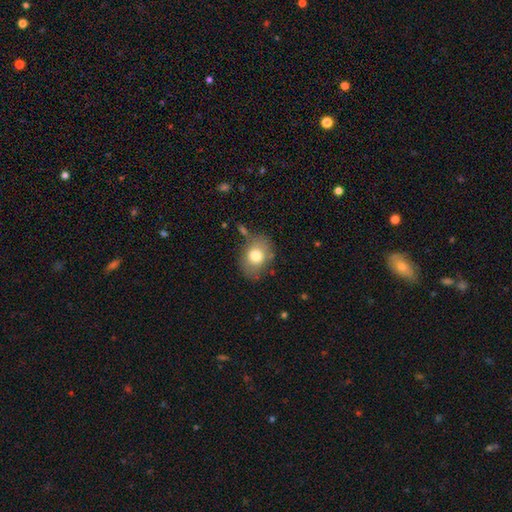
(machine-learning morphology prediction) type=smooth (76%); roundness=in between (61%); merging=none (69%).